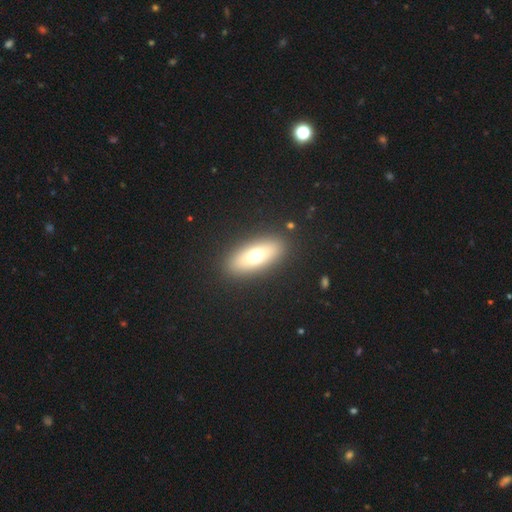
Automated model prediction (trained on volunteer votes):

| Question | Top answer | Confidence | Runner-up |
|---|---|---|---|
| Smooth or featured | smooth | 65% | featured or disk (26%) |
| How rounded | in between | 74% | cigar-shaped (20%) |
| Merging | none | 89% | minor disturbance (7%) |